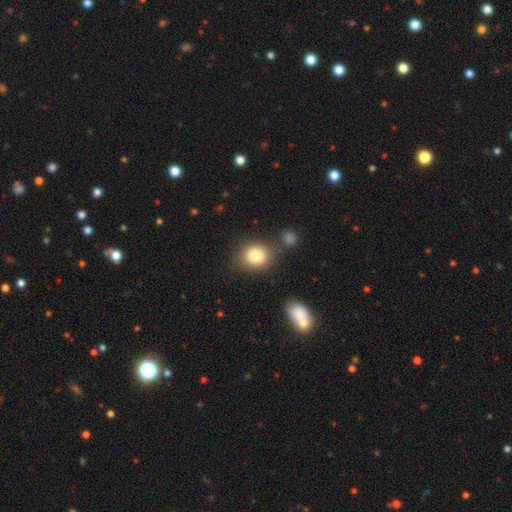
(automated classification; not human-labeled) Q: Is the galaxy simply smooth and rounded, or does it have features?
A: smooth — 82%.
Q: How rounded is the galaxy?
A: round — 69%.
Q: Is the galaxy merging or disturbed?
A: none — 73%.